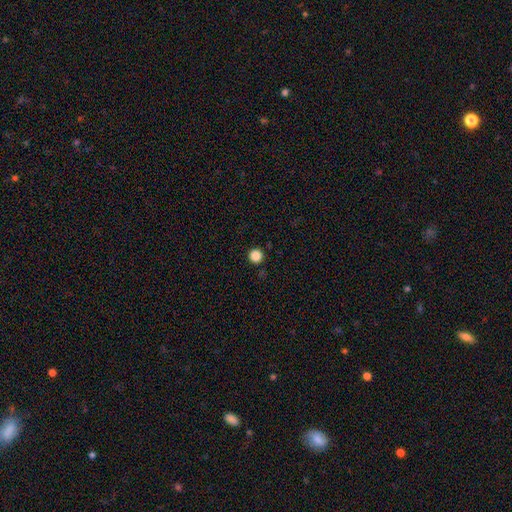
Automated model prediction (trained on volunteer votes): This appears to be a smooth galaxy with no disk features (86%) that is round (96%). Merging: none (93%).